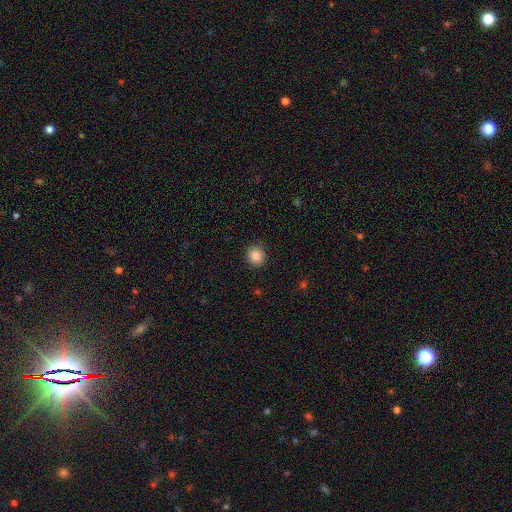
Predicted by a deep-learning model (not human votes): Morphology: type=smooth (85%); roundness=round (87%); merging=none (90%).